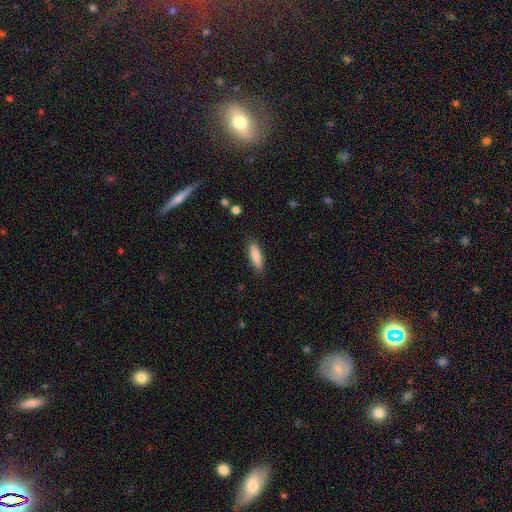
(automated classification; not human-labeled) This appears to be a smooth galaxy with no disk features (84%) that is in between round and cigar-shaped (53%). Merging: none (87%).